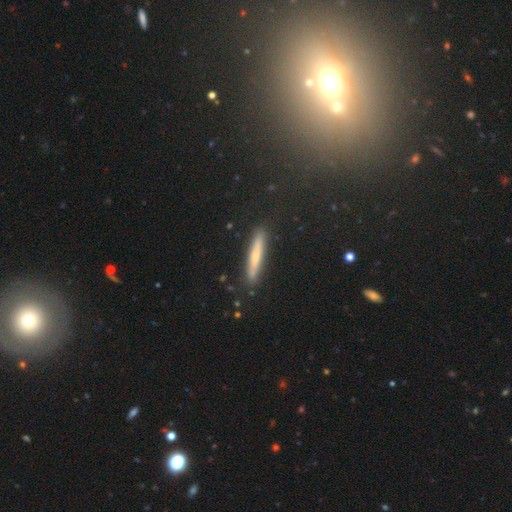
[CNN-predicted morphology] Smooth or featured: smooth — 52% (featured or disk — 40%)
How rounded: cigar-shaped — 93% (in between — 5%)
Merging: none — 89% (minor disturbance — 8%)